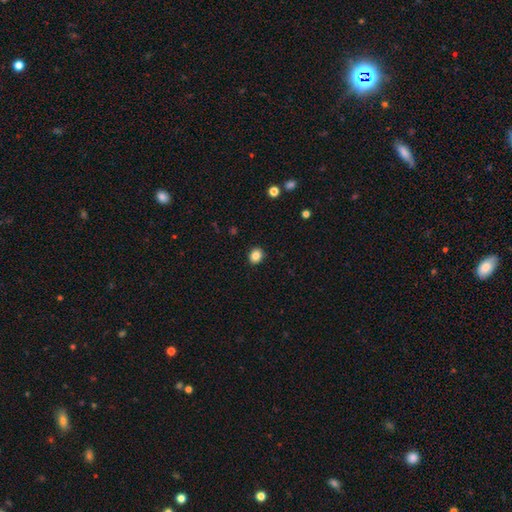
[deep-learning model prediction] Morphology: type=smooth (85%); roundness=round (70%); merging=none (91%).